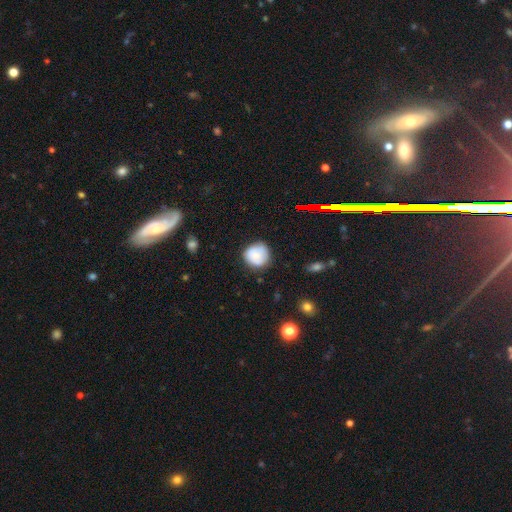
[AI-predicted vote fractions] This is likely a smooth galaxy (73%). How rounded: clearly round (89%). Merging: likely none (72%).